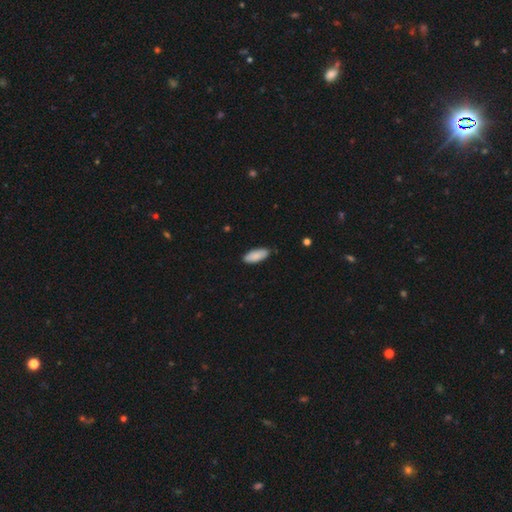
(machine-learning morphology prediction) The model was most divided on "how rounded": in between: 81%, cigar-shaped: 17%, round: 2%. More confident: smooth or featured — smooth (88%); merging — none (83%).